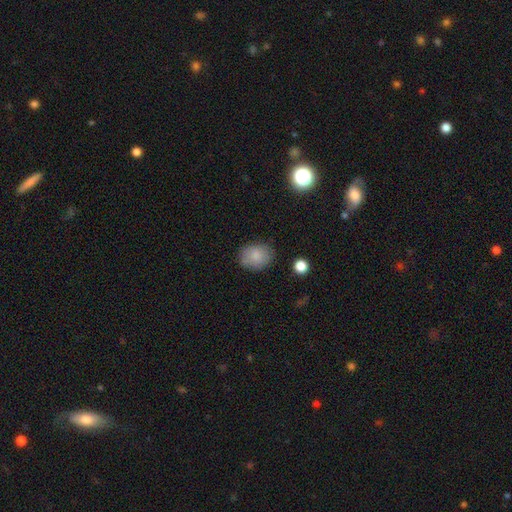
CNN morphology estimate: This appears to be a smooth galaxy with no disk features (83%) that is in between round and cigar-shaped (54%). Merging: none (77%).